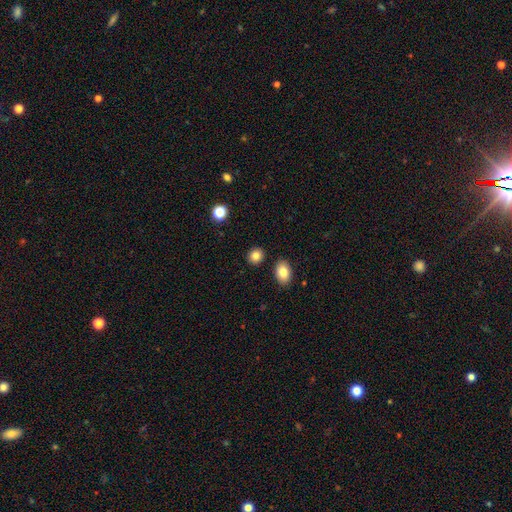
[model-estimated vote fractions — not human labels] Smooth or featured? Predicted: smooth (p=0.83). How rounded? Predicted: round (p=0.69). Merging? Predicted: none (p=0.86).